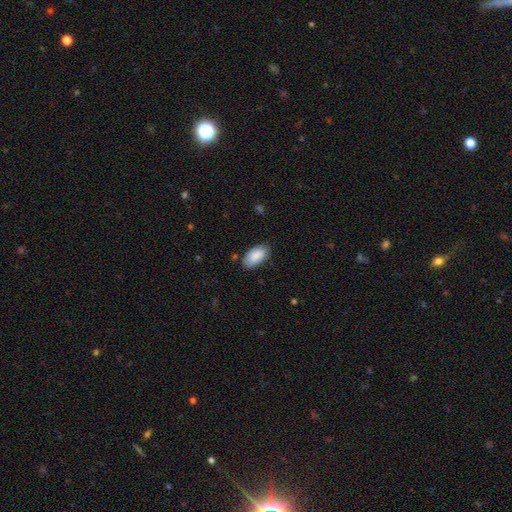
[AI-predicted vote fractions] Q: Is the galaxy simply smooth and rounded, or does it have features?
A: smooth — 89%.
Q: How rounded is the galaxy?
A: in between — 95%.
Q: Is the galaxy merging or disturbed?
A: none — 81%.